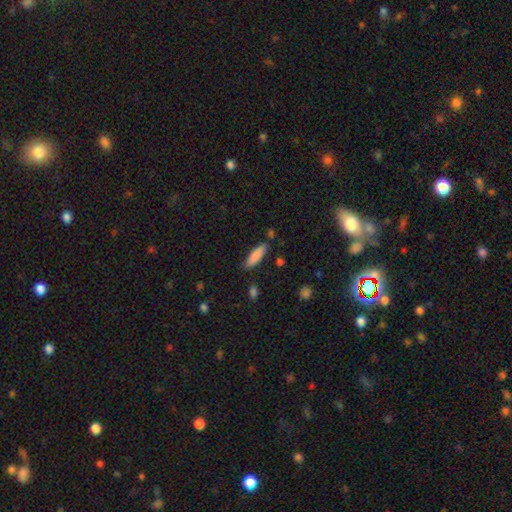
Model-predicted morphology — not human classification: This is clearly a smooth galaxy (85%). How rounded: possibly cigar-shaped (52%). Merging: likely none (79%).